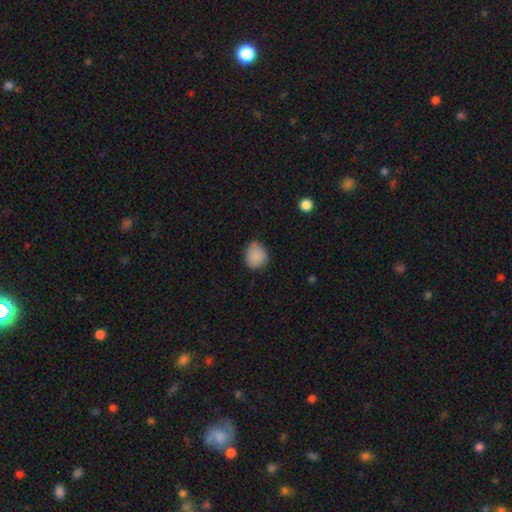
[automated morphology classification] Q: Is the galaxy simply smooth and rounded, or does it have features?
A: smooth — 86%.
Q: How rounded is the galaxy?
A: round — 67%.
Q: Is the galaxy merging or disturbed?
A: none — 66%.